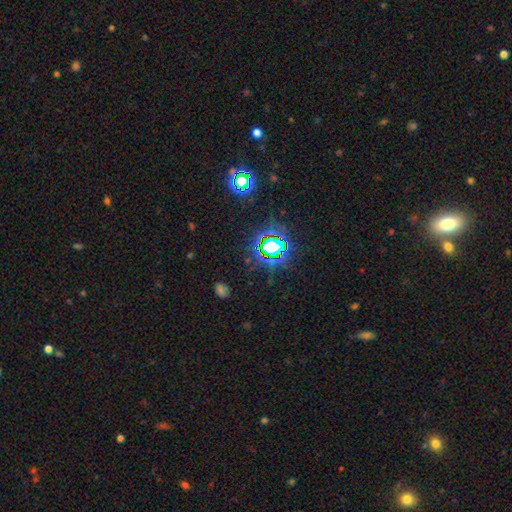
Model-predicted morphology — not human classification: This is likely a star or artifact rather than a galaxy (78%).